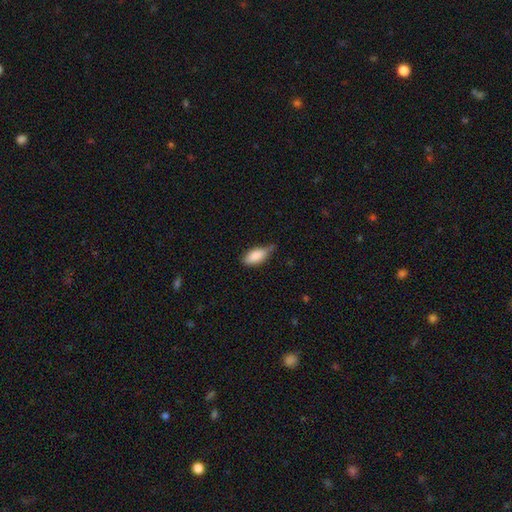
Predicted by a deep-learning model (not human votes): Smooth or featured: smooth — 85% (featured or disk — 9%)
How rounded: in between — 86% (cigar-shaped — 11%)
Merging: none — 48% (minor disturbance — 42%)